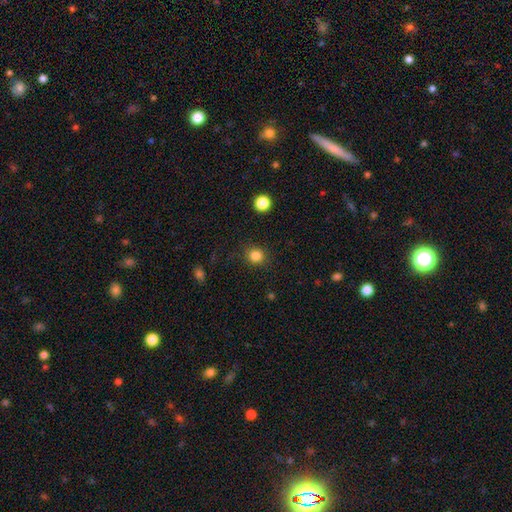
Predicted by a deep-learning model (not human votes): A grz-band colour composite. It shows a smooth galaxy with no disk features (84%) that is round (85%). Merging: none (88%).